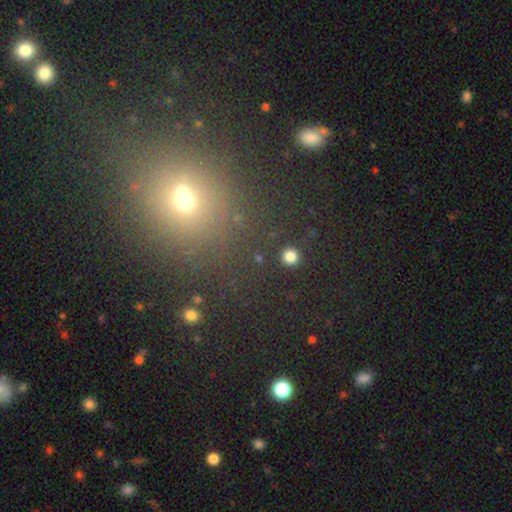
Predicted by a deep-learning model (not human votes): This appears to be a star or artifact, not a galaxy (48%).